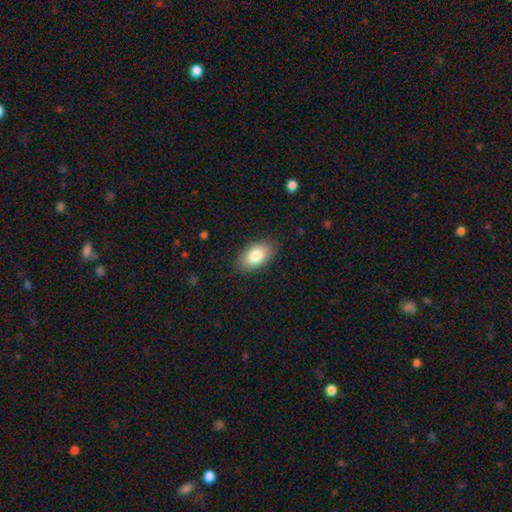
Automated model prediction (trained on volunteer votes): Q: Smooth or featured?
A: smooth (82%); runner-up: featured or disk (11%)
Q: How rounded?
A: in between (92%); runner-up: round (6%)
Q: Merging?
A: none (86%); runner-up: minor disturbance (11%)